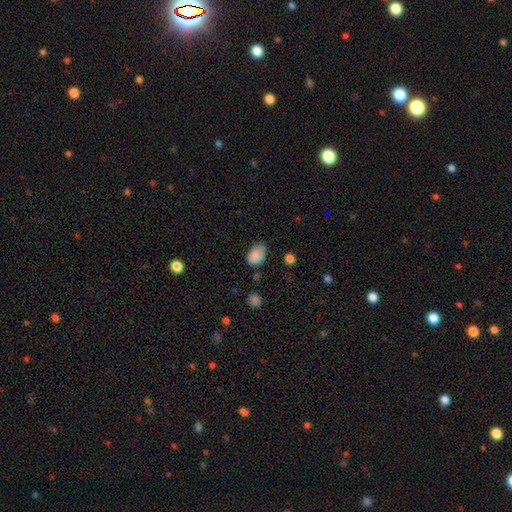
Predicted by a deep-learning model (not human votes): The model was most divided on "merging": none: 65%, minor disturbance: 27%, major disturbance: 5%, merger: 2%. More confident: smooth or featured — smooth (87%); how rounded — in between (84%).